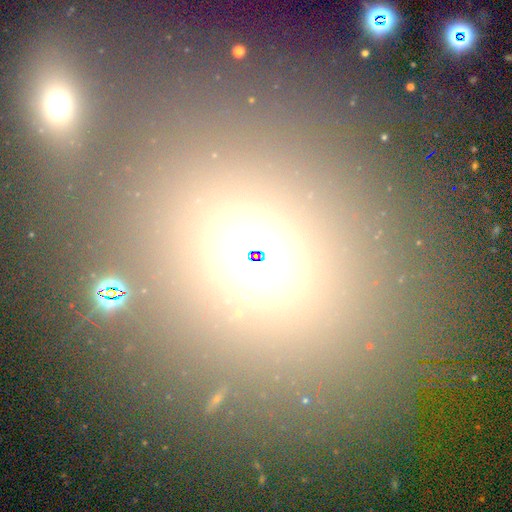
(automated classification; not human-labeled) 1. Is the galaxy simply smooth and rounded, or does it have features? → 49% smooth, 33% star or artifact, 17% featured or disk.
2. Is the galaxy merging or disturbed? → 83% none, 8% minor disturbance, 5% major disturbance, 4% merger.